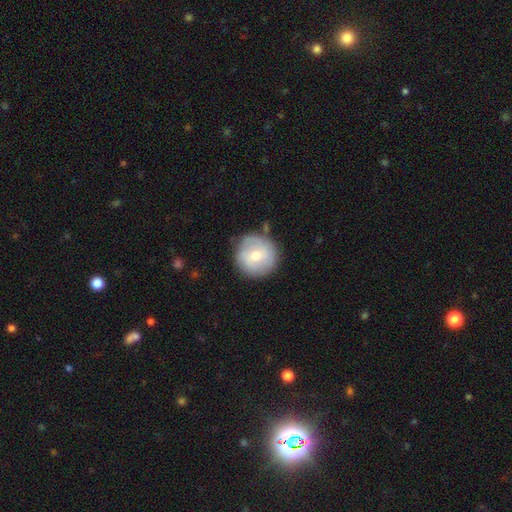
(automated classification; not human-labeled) Smooth or featured: smooth — 62% (featured or disk — 31%)
How rounded: round — 95% (in between — 4%)
Merging: none — 80% (minor disturbance — 13%)